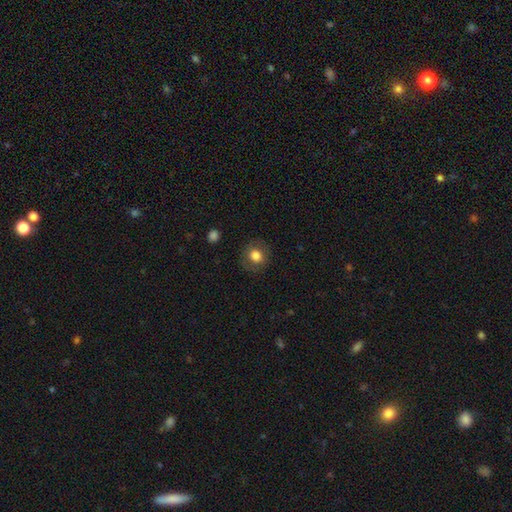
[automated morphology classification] This is likely a smooth galaxy (80%). How rounded: clearly round (82%). Merging: clearly none (86%).